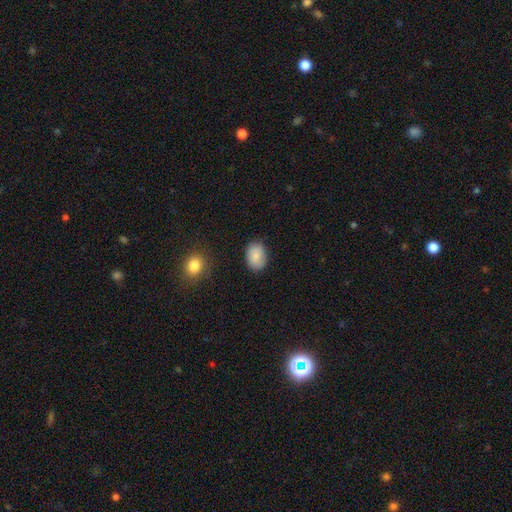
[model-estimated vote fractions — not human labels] This is clearly a smooth galaxy (85%). How rounded: likely in between (73%). Merging: clearly none (84%).